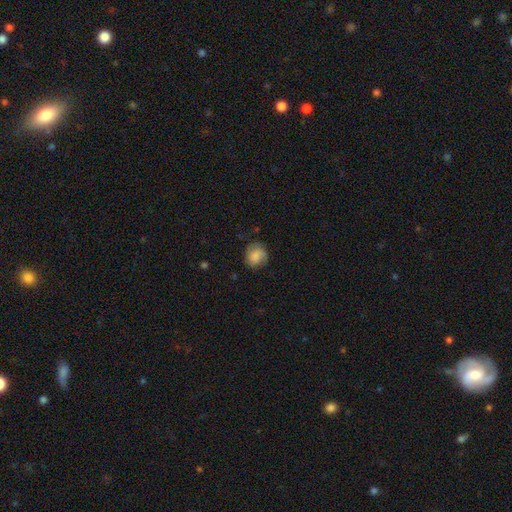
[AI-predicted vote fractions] Q: Smooth or featured?
A: smooth (78%); runner-up: featured or disk (15%)
Q: How rounded?
A: round (77%); runner-up: in between (22%)
Q: Merging?
A: none (68%); runner-up: minor disturbance (24%)